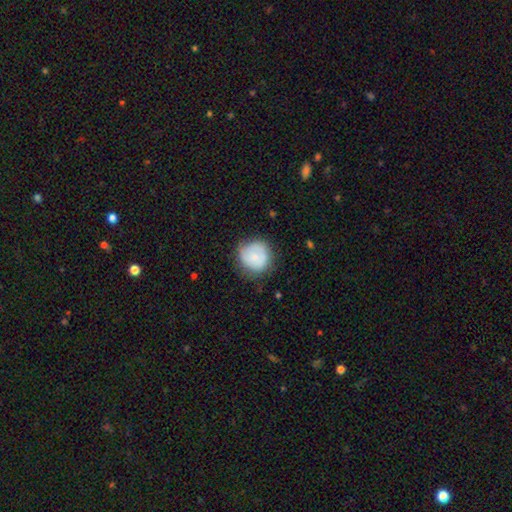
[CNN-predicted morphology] type=smooth (68%); roundness=round (88%); merging=none (65%).